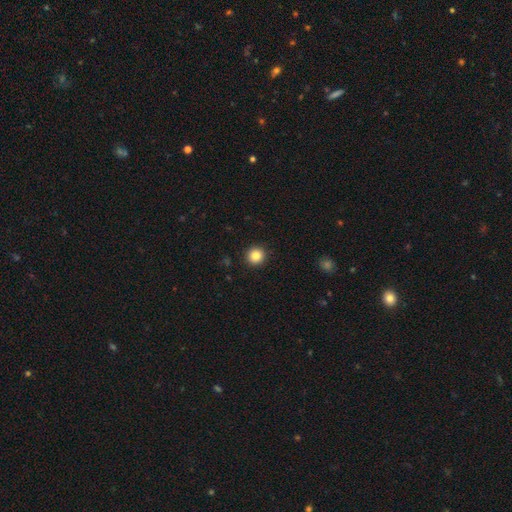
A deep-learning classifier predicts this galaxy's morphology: Smooth or featured: smooth — 84% (star or artifact — 11%)
How rounded: round — 95% (in between — 4%)
Merging: none — 93% (minor disturbance — 5%)